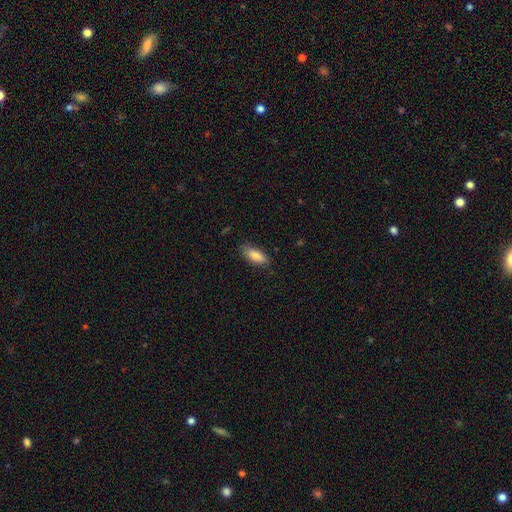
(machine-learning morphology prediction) Smooth or featured? smooth (84%)
How rounded? in between (78%)
Merging? none (79%)